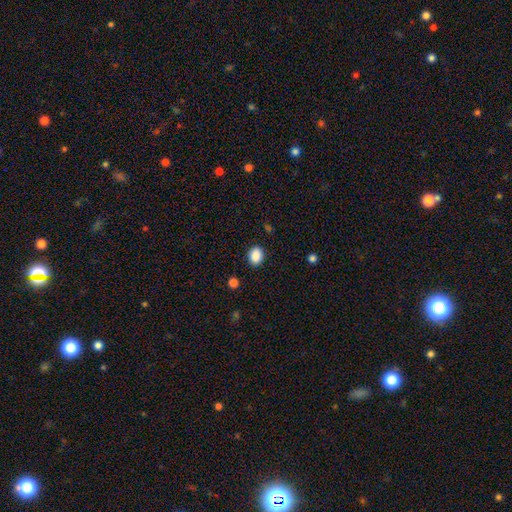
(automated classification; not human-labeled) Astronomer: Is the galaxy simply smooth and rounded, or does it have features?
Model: smooth — 88%.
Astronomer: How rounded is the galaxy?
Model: in between — 54% (runner-up: round, 45%).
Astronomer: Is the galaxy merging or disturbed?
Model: none — 89%.